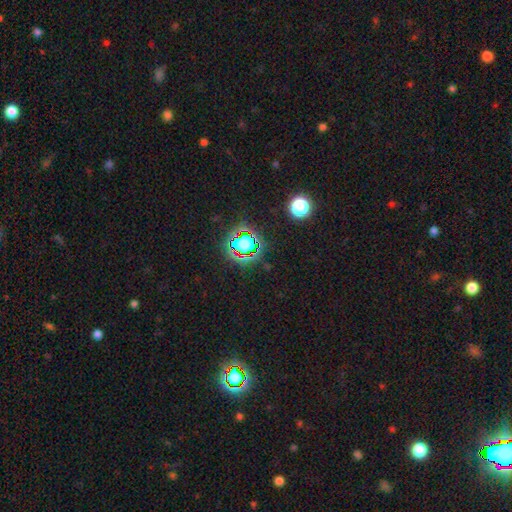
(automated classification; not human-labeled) This appears to be a star or artifact, not a galaxy (76%).